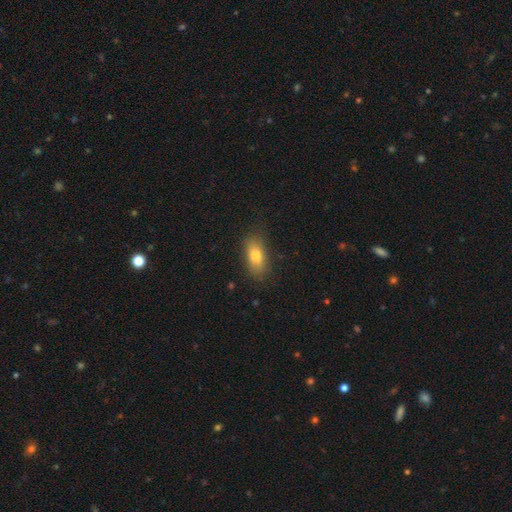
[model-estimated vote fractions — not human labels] Smooth or featured: smooth — 79% (featured or disk — 13%)
How rounded: in between — 85% (cigar-shaped — 9%)
Merging: none — 79% (minor disturbance — 16%)